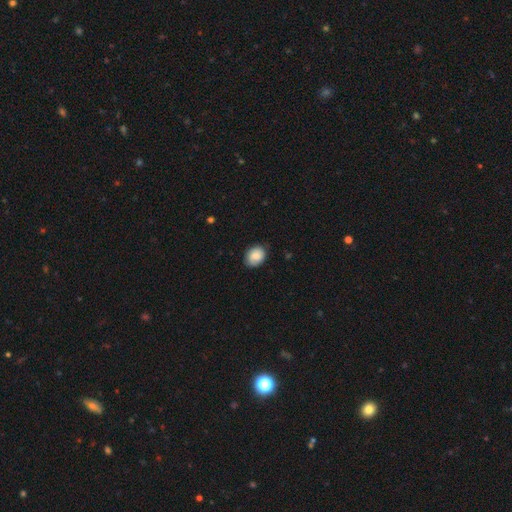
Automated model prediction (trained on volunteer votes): Morphology: type=smooth (79%); roundness=in between (56%); merging=none (80%).